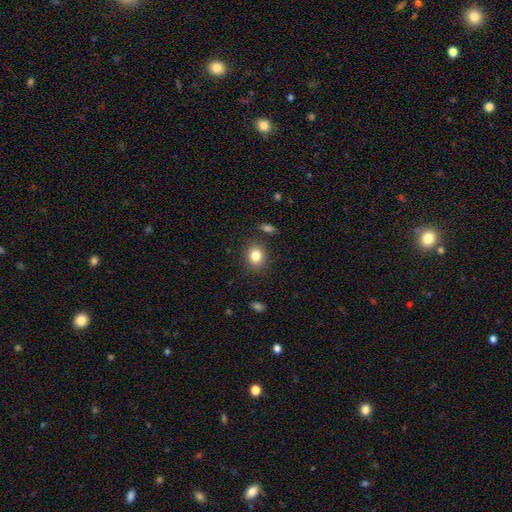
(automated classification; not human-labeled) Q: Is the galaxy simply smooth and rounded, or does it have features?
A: smooth — 82%.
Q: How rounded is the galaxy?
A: round — 62%.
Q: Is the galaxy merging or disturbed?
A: none — 86%.